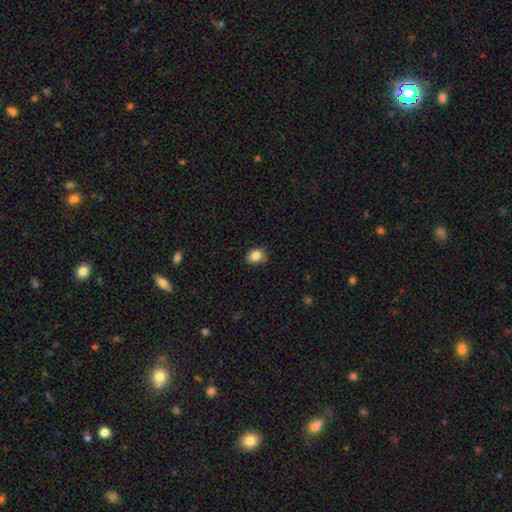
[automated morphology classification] Smooth or featured?
  - smooth: 85% *
  - star or artifact: 10%
  - featured or disk: 6%
How rounded?
  - round: 54% *
  - in between: 45%
  - cigar-shaped: 1%
Merging?
  - none: 78% *
  - minor disturbance: 17%
  - major disturbance: 3%
  - merger: 2%